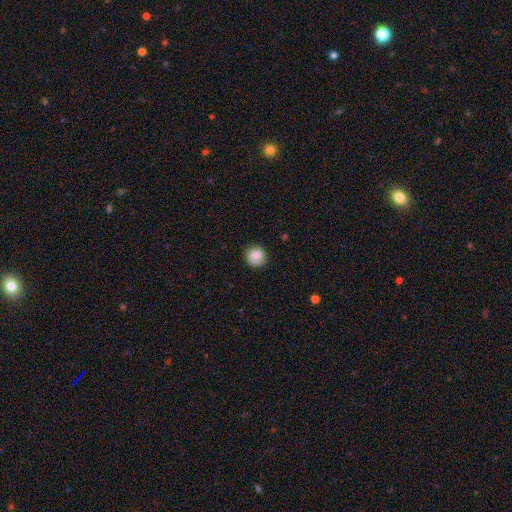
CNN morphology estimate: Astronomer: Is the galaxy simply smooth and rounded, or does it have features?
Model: smooth — 82%.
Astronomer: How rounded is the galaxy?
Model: round — 88%.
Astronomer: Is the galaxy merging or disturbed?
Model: none — 78%.